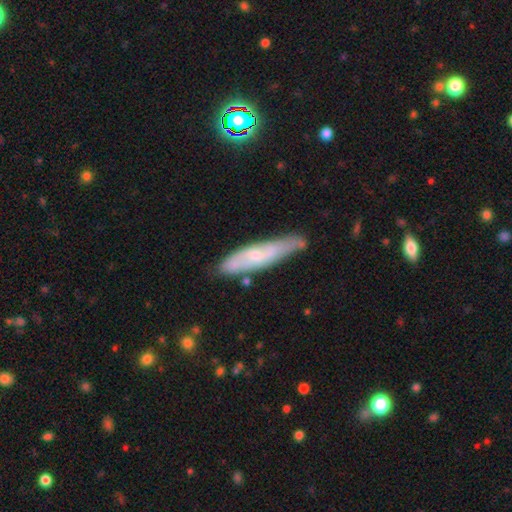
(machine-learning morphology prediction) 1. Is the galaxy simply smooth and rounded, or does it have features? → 51% featured or disk, 43% smooth, 6% star or artifact.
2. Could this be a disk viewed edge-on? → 59% no, 41% yes.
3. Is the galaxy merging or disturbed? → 64% none, 26% minor disturbance, 5% major disturbance, 5% merger.